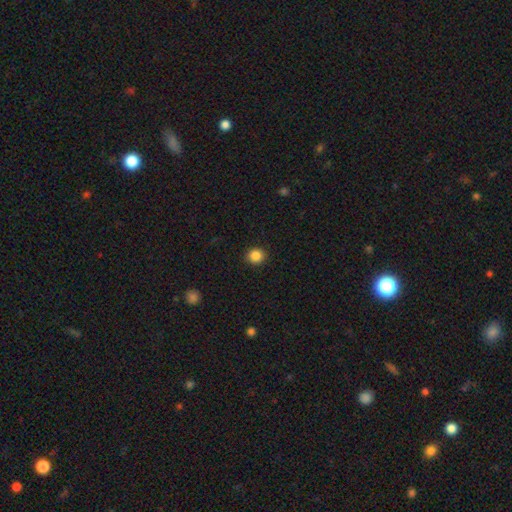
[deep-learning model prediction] Smooth or featured? Predicted: smooth (p=0.86). How rounded? Predicted: round (p=0.86). Merging? Predicted: none (p=0.92).